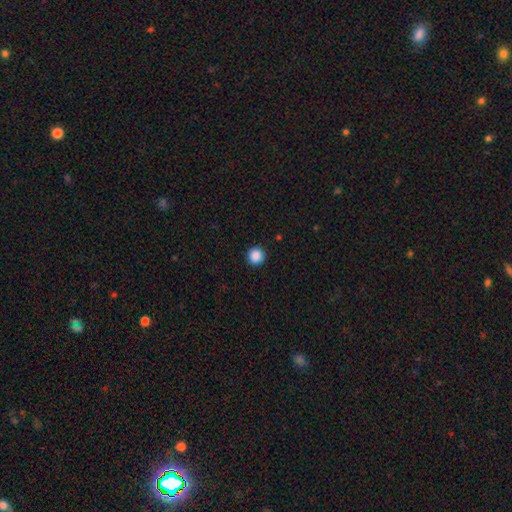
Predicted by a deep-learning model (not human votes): A smooth galaxy with no disk features (88%) that is round (96%).

Vote fractions:
- Smooth or featured? smooth: 88% / star or artifact: 9% / featured or disk: 3%
- How rounded? round: 96% / in between: 3% / cigar-shaped: 1%
- Merging? none: 93% / minor disturbance: 5% / major disturbance: 2% / merger: 1%